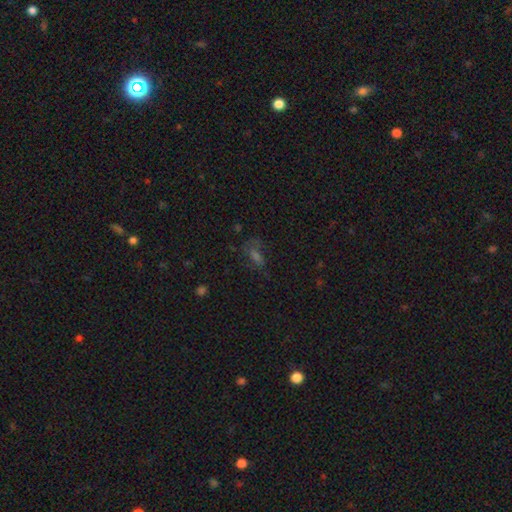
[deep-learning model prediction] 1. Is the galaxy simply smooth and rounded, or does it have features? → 40% star or artifact, 35% smooth, 25% featured or disk.